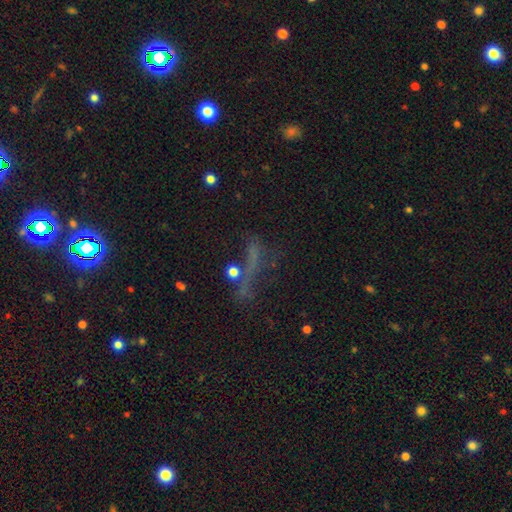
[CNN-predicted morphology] A smooth galaxy with no disk features (37%).

Vote fractions:
- Smooth or featured? smooth: 37% / star or artifact: 36% / featured or disk: 27%
- Merging? none: 48% / major disturbance: 24% / minor disturbance: 16% / merger: 12%